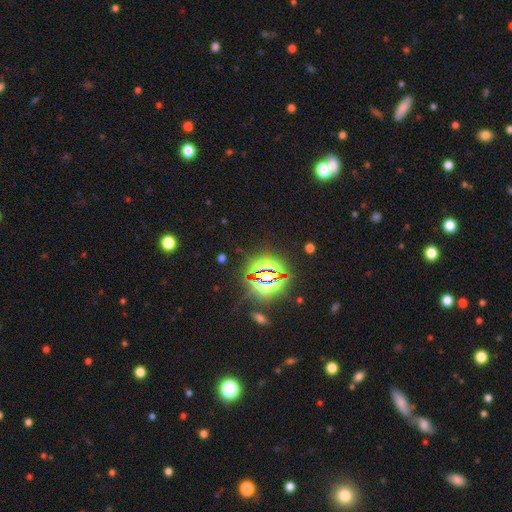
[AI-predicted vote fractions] star or artifact 81%, smooth 11%, featured or disk 8%.